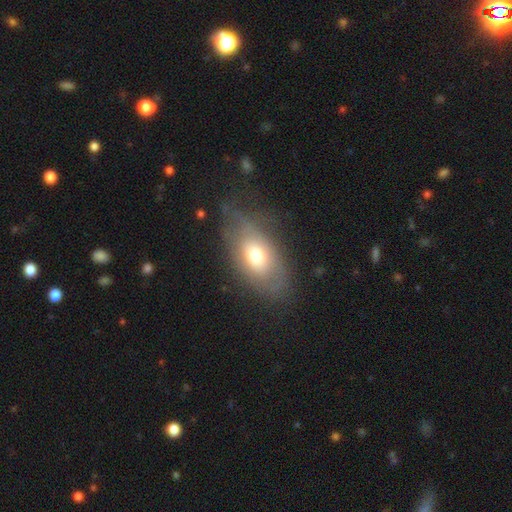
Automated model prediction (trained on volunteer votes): Smooth or featured: smooth — 60% (featured or disk — 32%)
How rounded: in between — 89% (round — 7%)
Merging: none — 59% (minor disturbance — 26%)